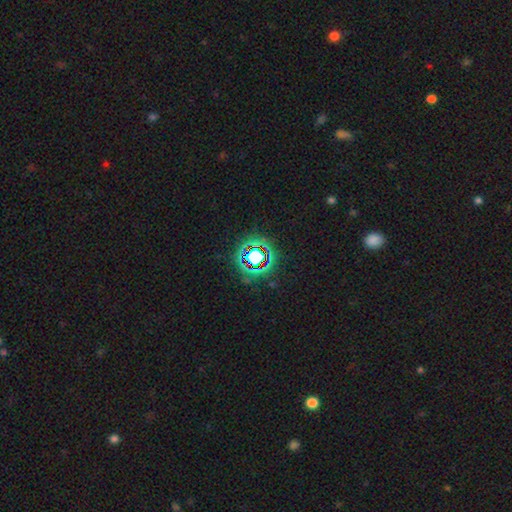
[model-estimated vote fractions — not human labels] smooth_or_featured: star or artifact (p=0.70) [alt: smooth p=0.19]